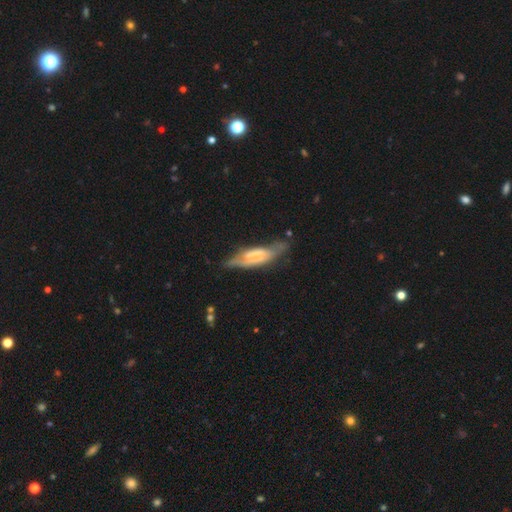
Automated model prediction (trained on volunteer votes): Smooth or featured?
  - featured or disk: 59% *
  - smooth: 34%
  - star or artifact: 7%
Edge-on disk?
  - no: 50% * (tied)
  - yes: 50% * (tied)
Merging?
  - none: 50% *
  - minor disturbance: 31%
  - major disturbance: 16%
  - merger: 4%